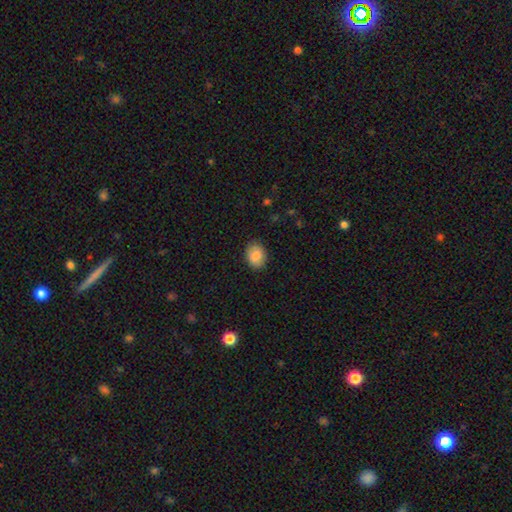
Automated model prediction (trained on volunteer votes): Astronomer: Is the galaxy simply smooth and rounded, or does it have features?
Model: smooth — 85%.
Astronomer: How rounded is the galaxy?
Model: in between — 60% (runner-up: round, 39%).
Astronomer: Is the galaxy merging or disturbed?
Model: none — 86%.